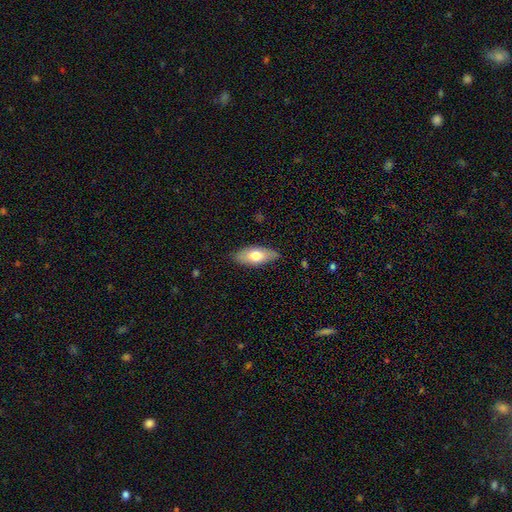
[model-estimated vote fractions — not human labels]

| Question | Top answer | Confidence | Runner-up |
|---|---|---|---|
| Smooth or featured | smooth | 68% | featured or disk (26%) |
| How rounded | in between | 85% | cigar-shaped (12%) |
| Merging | none | 79% | minor disturbance (18%) |